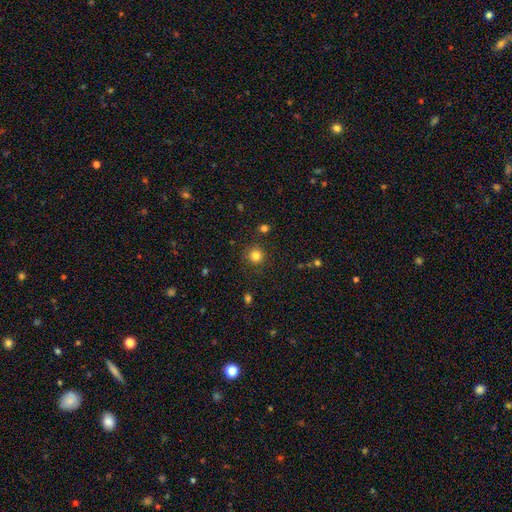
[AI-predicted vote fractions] smooth-or-featured: smooth: 82% | star or artifact: 13% | featured or disk: 5%
  how-rounded: round: 93% | in between: 6% | cigar-shaped: 1%
  merging: none: 87% | minor disturbance: 8% | major disturbance: 3% | merger: 2%